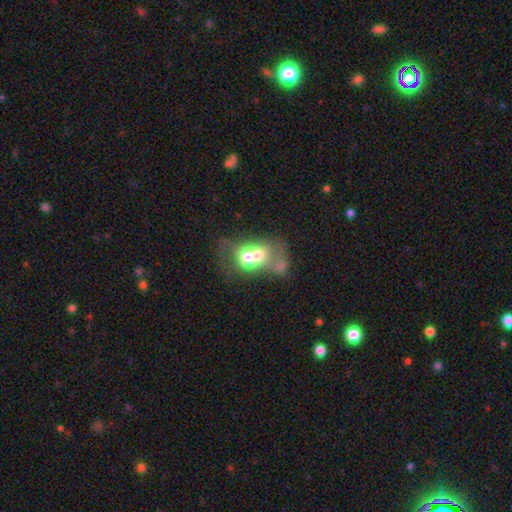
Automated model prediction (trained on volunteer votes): Smooth or featured?
  - smooth: 52% *
  - featured or disk: 35%
  - star or artifact: 13%
How rounded?
  - in between: 53% *
  - round: 45%
  - cigar-shaped: 2%
Merging?
  - merger: 67% *
  - none: 15%
  - major disturbance: 11%
  - minor disturbance: 7%